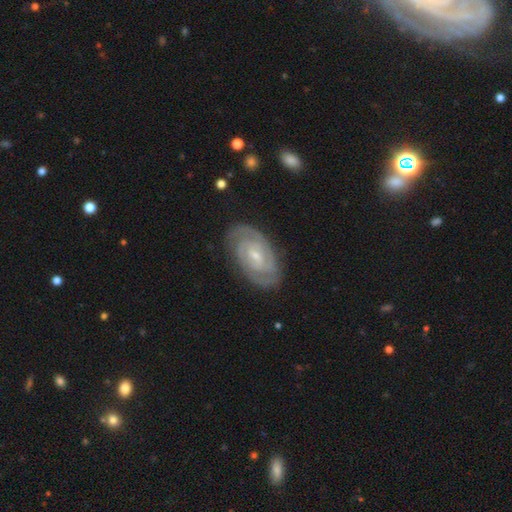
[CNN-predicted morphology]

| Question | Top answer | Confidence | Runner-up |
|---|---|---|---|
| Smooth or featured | featured or disk | 86% | smooth (9%) |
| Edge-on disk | no | 96% | yes (4%) |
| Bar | weak | 47% | no (36%) |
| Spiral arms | yes | 96% | no (4%) |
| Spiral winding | tight | 75% | medium (21%) |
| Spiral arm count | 2 | 68% | can't tell (15%) |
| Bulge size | small | 74% | moderate (21%) |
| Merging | none | 82% | minor disturbance (13%) |